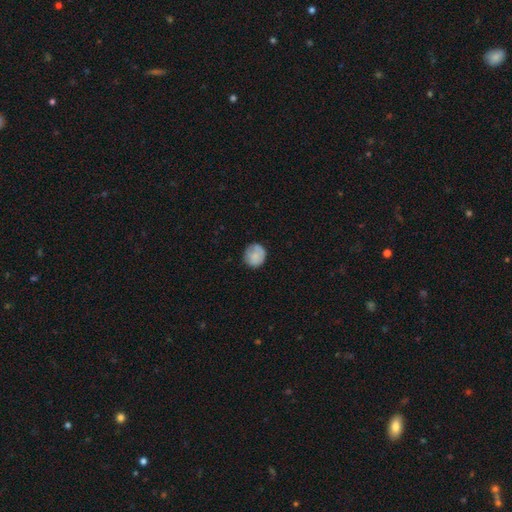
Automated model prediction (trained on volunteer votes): A smooth galaxy with no disk features (77%) that is round (89%).

Vote fractions:
- Smooth or featured? smooth: 77% / featured or disk: 15% / star or artifact: 8%
- How rounded? round: 89% / in between: 10% / cigar-shaped: 1%
- Merging? none: 76% / minor disturbance: 18% / major disturbance: 5% / merger: 1%